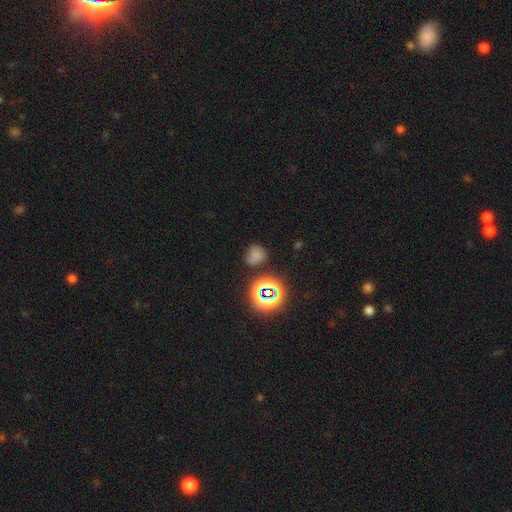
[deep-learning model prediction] Q: Smooth or featured?
A: smooth (60%); runner-up: star or artifact (28%)
Q: How rounded?
A: round (73%); runner-up: in between (26%)
Q: Merging?
A: none (58%); runner-up: minor disturbance (22%)